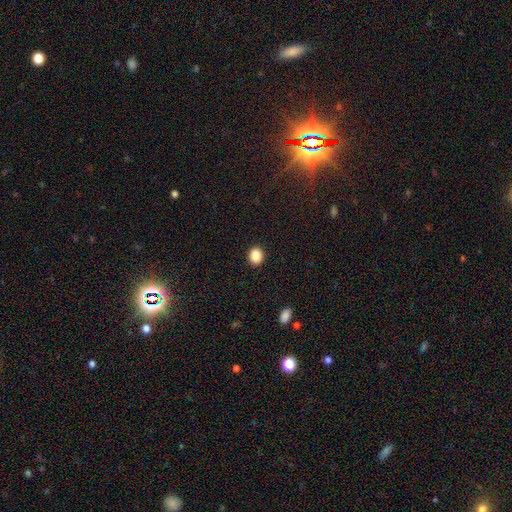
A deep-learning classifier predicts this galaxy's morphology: Smooth or featured? Predicted: smooth (p=0.87). How rounded? Predicted: round (p=0.60). Merging? Predicted: none (p=0.92).